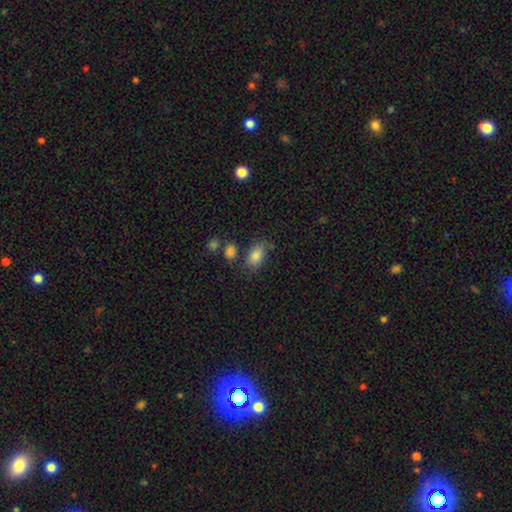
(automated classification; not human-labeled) Smooth or featured?
  - smooth: 82% *
  - star or artifact: 9%
  - featured or disk: 9%
How rounded?
  - in between: 88% *
  - round: 10%
  - cigar-shaped: 2%
Merging?
  - none: 60% *
  - minor disturbance: 22%
  - merger: 9%
  - major disturbance: 9%